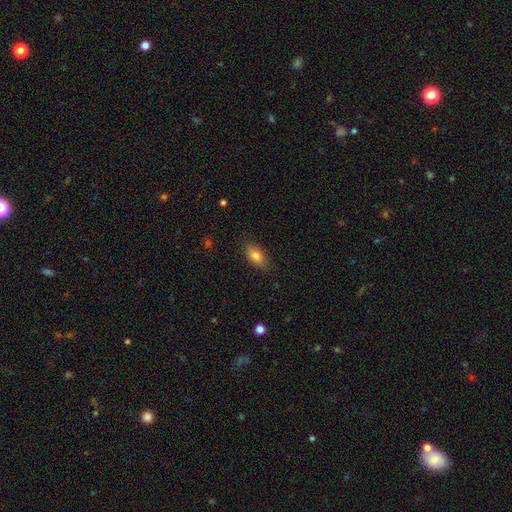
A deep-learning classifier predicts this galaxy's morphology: smooth 83%, featured or disk 9%, star or artifact 8%. Down the decision tree: how rounded — in between (88%); merging — none (84%).